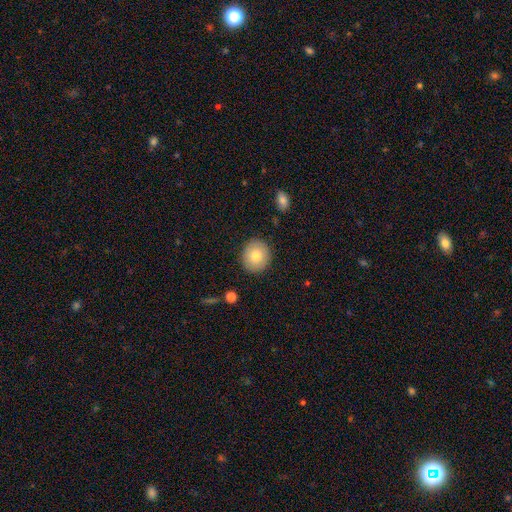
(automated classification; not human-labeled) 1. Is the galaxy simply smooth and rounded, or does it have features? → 80% smooth, 12% featured or disk, 8% star or artifact.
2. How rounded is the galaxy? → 79% round, 20% in between, 1% cigar-shaped.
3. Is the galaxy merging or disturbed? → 89% none, 8% minor disturbance, 2% major disturbance, 1% merger.